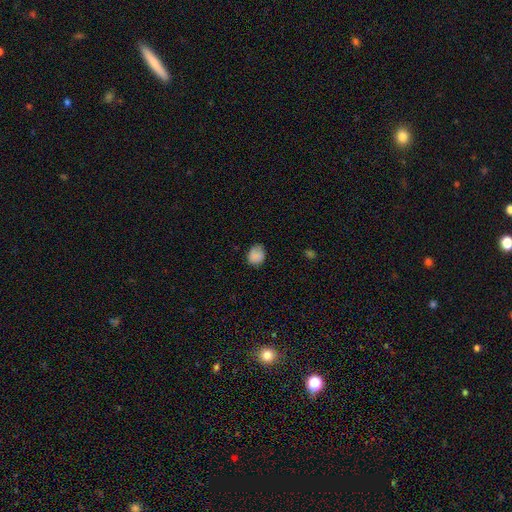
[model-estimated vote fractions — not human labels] A smooth galaxy with no disk features (84%) that is round (59%). Merging: none (68%).